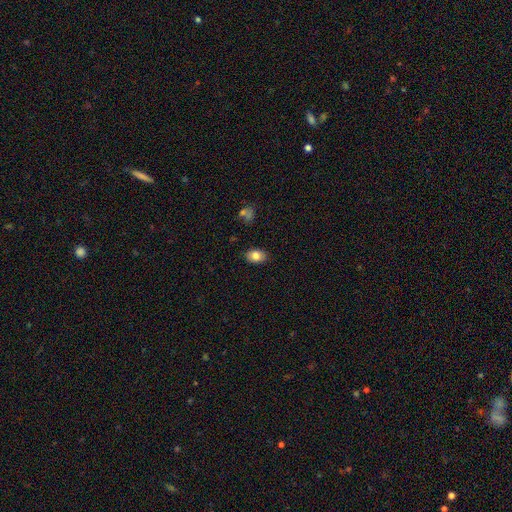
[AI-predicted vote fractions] Smooth or featured?
  - smooth: 82% *
  - featured or disk: 9%
  - star or artifact: 8%
How rounded?
  - in between: 82% *
  - round: 17%
  - cigar-shaped: 1%
Merging?
  - none: 87% *
  - minor disturbance: 10%
  - major disturbance: 2%
  - merger: 1%